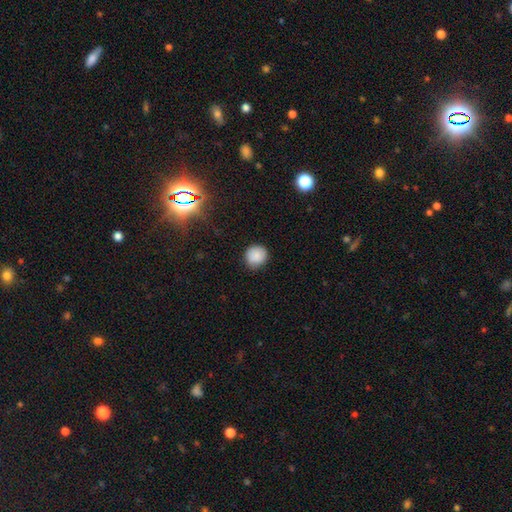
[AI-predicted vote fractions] smooth 85%, star or artifact 10%, featured or disk 5%. Down the decision tree: how rounded — round (89%); merging — none (83%).